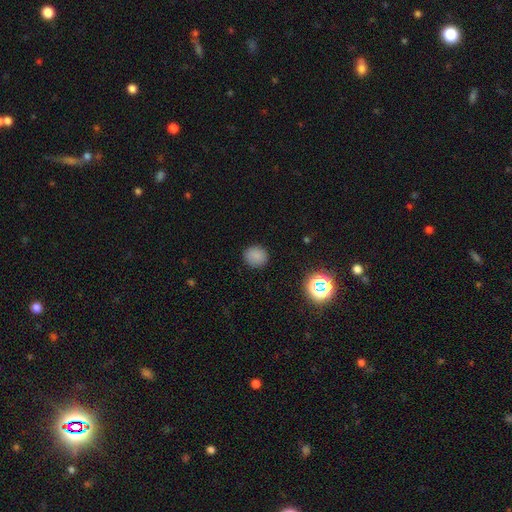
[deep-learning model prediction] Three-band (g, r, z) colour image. It shows a smooth galaxy with no disk features (81%) that is round (84%). Merging: none (88%).